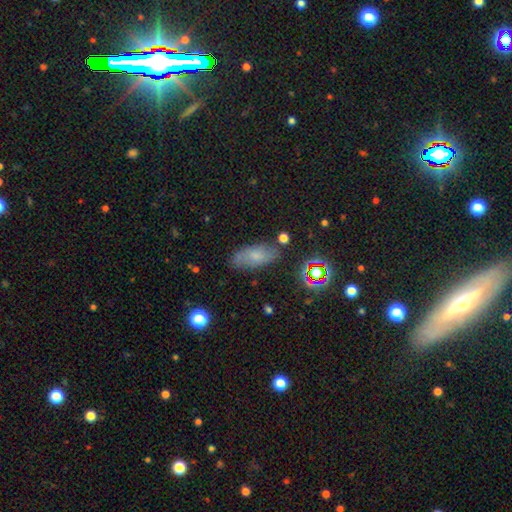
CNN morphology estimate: A smooth galaxy with no disk features (62%) that is in between round and cigar-shaped (81%).

Vote fractions:
- Smooth or featured? smooth: 62% / featured or disk: 24% / star or artifact: 15%
- How rounded? in between: 81% / cigar-shaped: 13% / round: 5%
- Merging? none: 75% / minor disturbance: 17% / major disturbance: 5% / merger: 3%